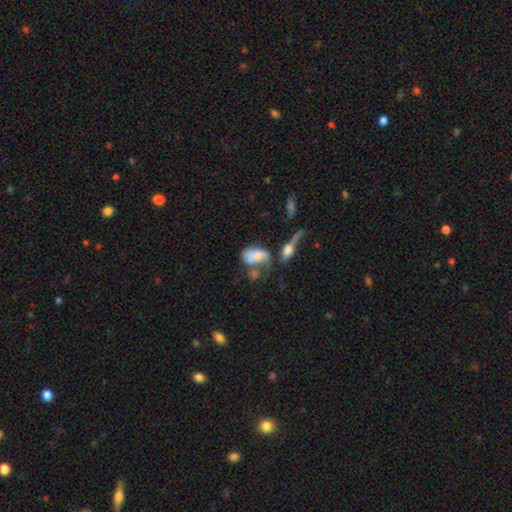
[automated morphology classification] Q: Smooth or featured?
A: smooth (66%); runner-up: featured or disk (24%)
Q: How rounded?
A: in between (90%); runner-up: round (8%)
Q: Merging?
A: merger (43%); runner-up: major disturbance (22%)